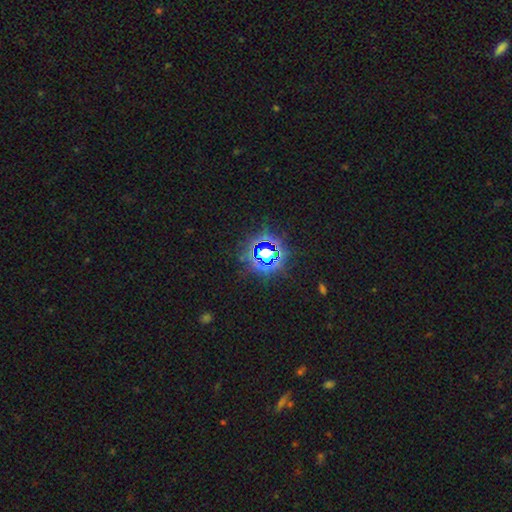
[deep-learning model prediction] Morphology: type=star or artifact (78%).